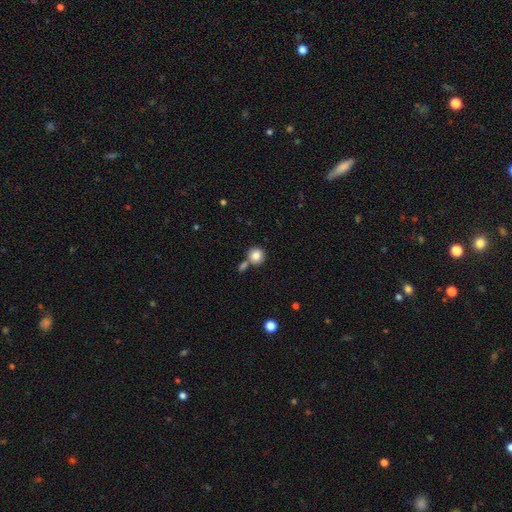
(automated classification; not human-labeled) This appears to be a smooth galaxy with no disk features (84%) that is round (91%). Merging: none (66%).